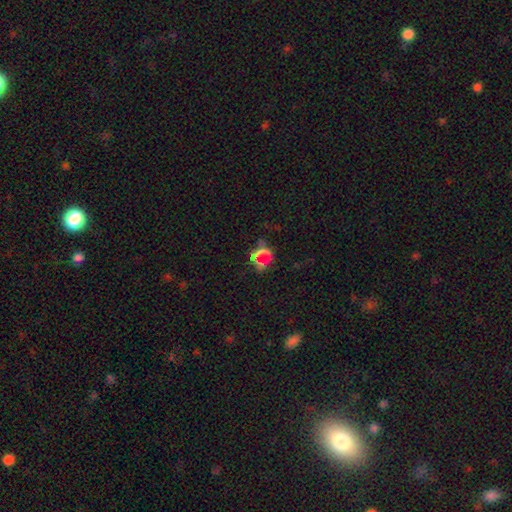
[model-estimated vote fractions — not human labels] Smooth or featured: smooth — 54% (star or artifact — 26%)
How rounded: in between — 52% (round — 43%)
Merging: none — 46% (minor disturbance — 19%)